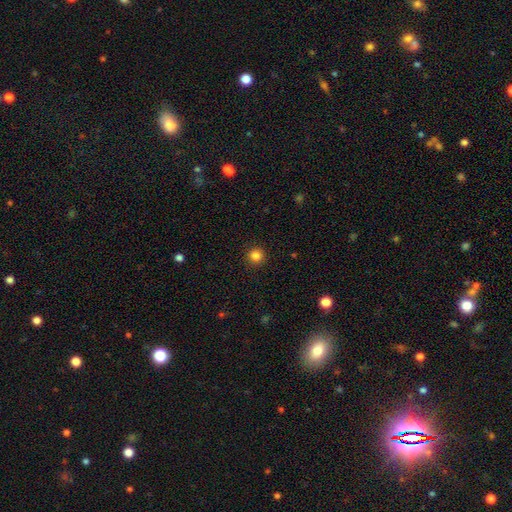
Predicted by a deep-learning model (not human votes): Smooth or featured? Predicted: smooth (p=0.84). How rounded? Predicted: round (p=0.94). Merging? Predicted: none (p=0.92).